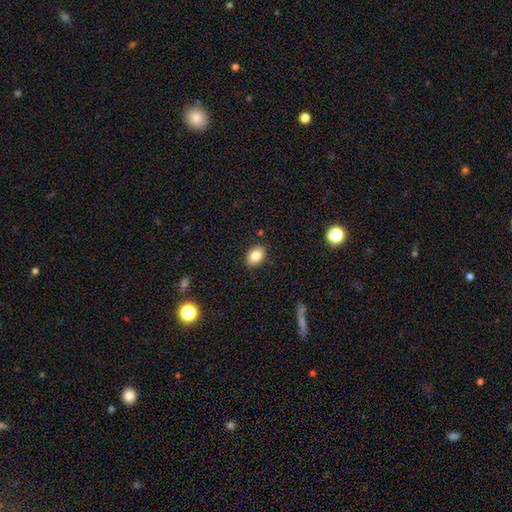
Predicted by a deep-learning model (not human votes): Smooth or featured? smooth (83%)
How rounded? in between (82%)
Merging? none (88%)